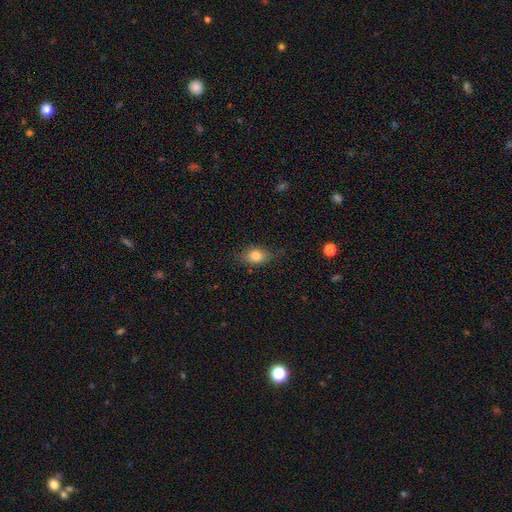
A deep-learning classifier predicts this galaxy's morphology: Smooth or featured? smooth (79%)
How rounded? in between (71%)
Merging? none (74%)